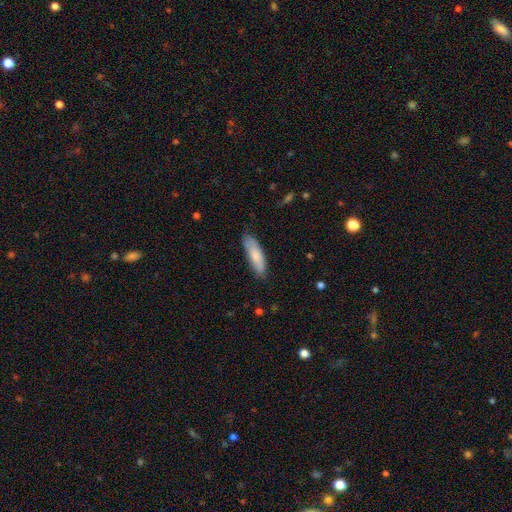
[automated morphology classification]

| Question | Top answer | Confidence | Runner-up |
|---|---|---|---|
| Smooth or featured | smooth | 81% | featured or disk (14%) |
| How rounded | cigar-shaped | 54% | in between (44%) |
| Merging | none | 77% | minor disturbance (19%) |